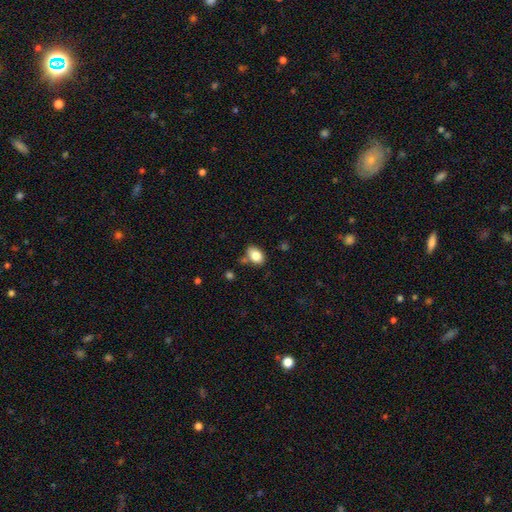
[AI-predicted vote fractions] smooth_or_featured: smooth (p=0.83) [alt: star or artifact p=0.09]
how_rounded: in between (p=0.82) [alt: round p=0.17]
merging: none (p=0.69) [alt: minor disturbance p=0.18]